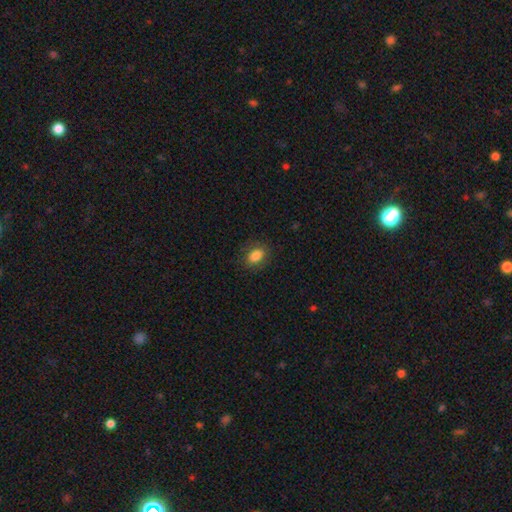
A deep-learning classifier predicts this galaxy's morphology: smooth_or_featured: smooth (p=0.84) [alt: star or artifact p=0.09]
how_rounded: in between (p=0.80) [alt: round p=0.18]
merging: none (p=0.84) [alt: minor disturbance p=0.11]